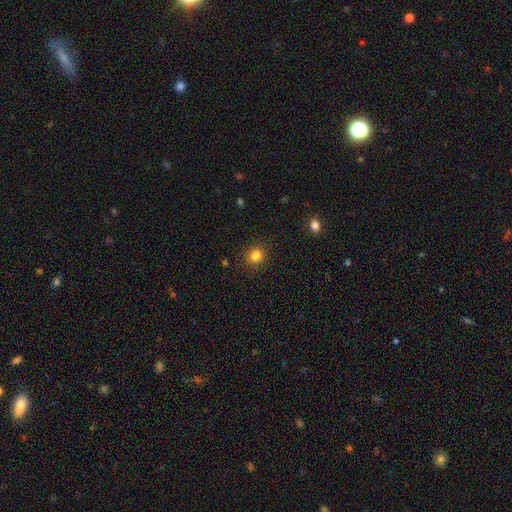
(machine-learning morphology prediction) Smooth or featured?
  - smooth: 83% *
  - star or artifact: 12%
  - featured or disk: 4%
How rounded?
  - round: 88% *
  - in between: 11%
  - cigar-shaped: 1%
Merging?
  - none: 89% *
  - minor disturbance: 7%
  - major disturbance: 3%
  - merger: 1%